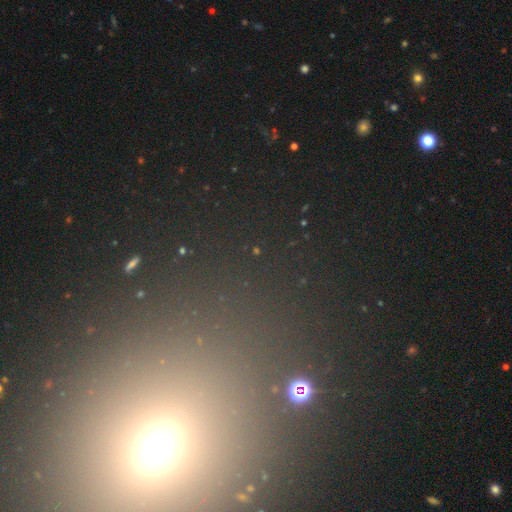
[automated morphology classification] Smooth or featured? star or artifact (58%)